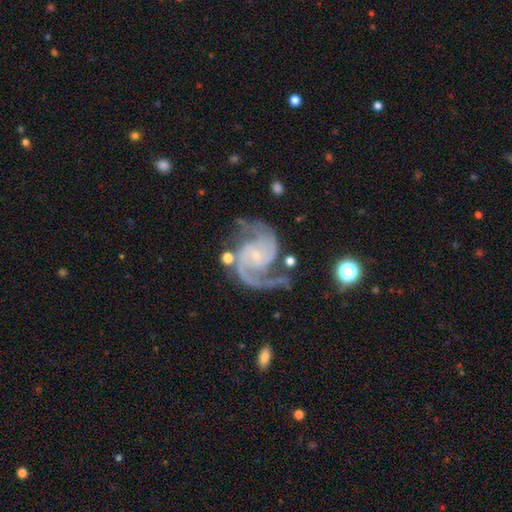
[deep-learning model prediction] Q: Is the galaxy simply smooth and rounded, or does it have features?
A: featured or disk — 93%.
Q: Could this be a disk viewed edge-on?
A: no — 98%.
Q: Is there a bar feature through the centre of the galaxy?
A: no — 61%.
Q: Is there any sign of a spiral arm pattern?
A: yes — 99%.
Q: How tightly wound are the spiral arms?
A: medium — 61%.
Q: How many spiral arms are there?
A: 2 — 89%.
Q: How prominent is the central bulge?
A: small — 80%.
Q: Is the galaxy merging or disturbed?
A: none — 65%.